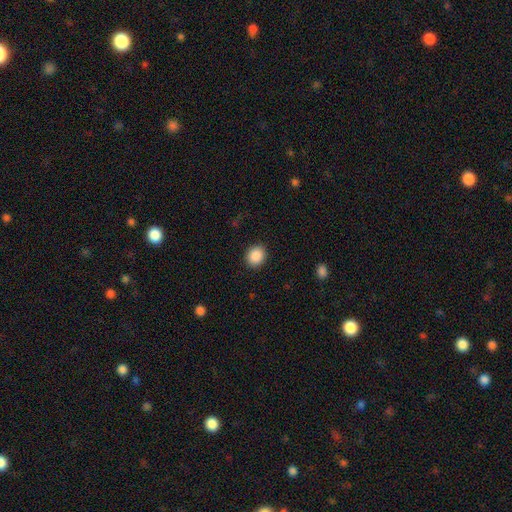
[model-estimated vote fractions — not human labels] Q: Smooth or featured?
A: smooth (89%); runner-up: star or artifact (8%)
Q: How rounded?
A: round (73%); runner-up: in between (27%)
Q: Merging?
A: none (89%); runner-up: minor disturbance (7%)